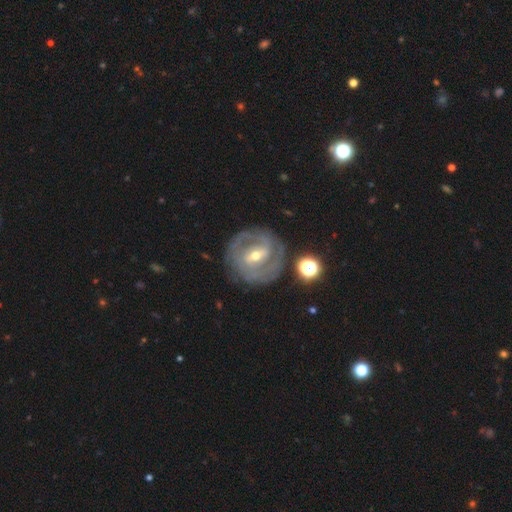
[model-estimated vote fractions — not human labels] This appears to be a featured or disk galaxy (85%) with a weak bar (47%), 2 (56%) tight (62%) spiral arms (90%) and a moderate central bulge (52%). Merging: none (79%).